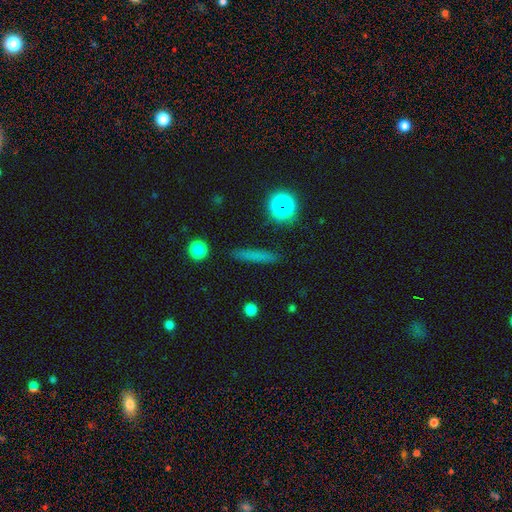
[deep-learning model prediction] Smooth or featured: smooth — 69% (featured or disk — 17%)
How rounded: cigar-shaped — 89% (in between — 6%)
Merging: none — 88% (minor disturbance — 8%)